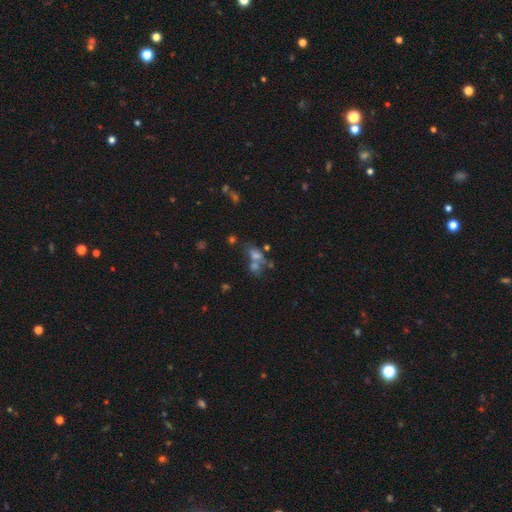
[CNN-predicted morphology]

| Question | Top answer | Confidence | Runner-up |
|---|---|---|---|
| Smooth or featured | smooth | 56% | star or artifact (23%) |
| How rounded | in between | 67% | round (27%) |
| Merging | merger | 46% | none (34%) |